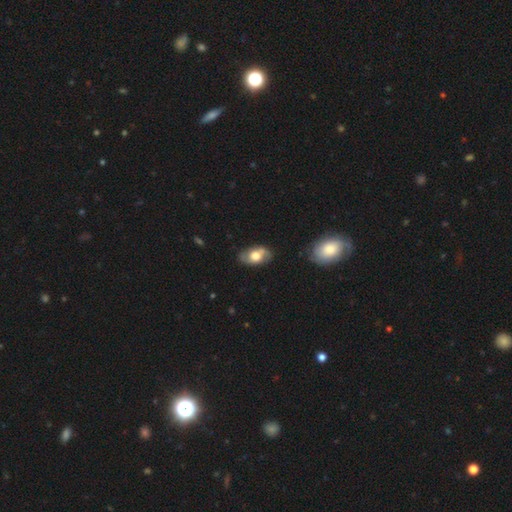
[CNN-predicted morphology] type=featured or disk (51%); edge-on=no (90%); merging=none (77%).